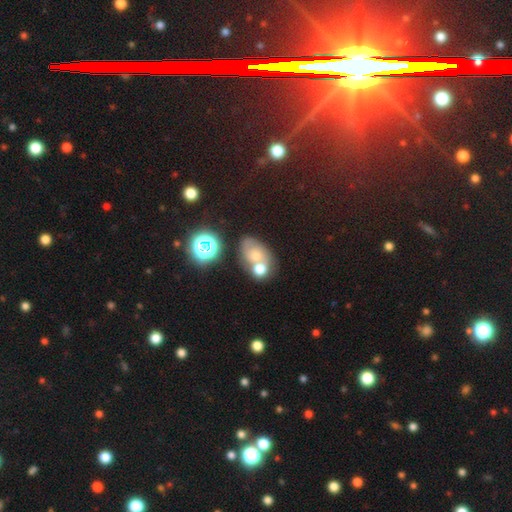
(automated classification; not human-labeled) This appears to be a smooth galaxy with no disk features (44%). Merging: none (44%).